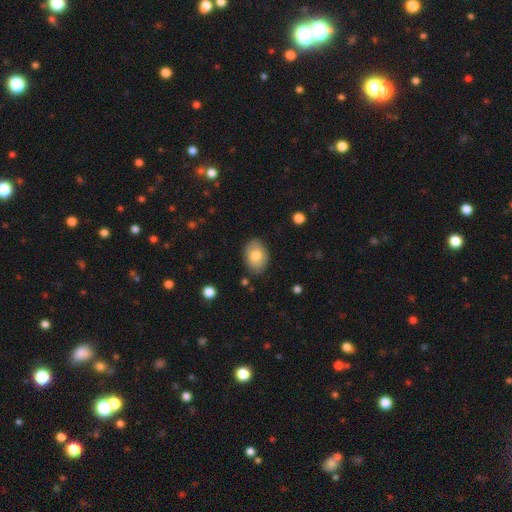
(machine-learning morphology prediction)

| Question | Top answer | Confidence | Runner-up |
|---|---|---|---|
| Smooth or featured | smooth | 78% | featured or disk (15%) |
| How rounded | in between | 81% | round (18%) |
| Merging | none | 84% | minor disturbance (12%) |